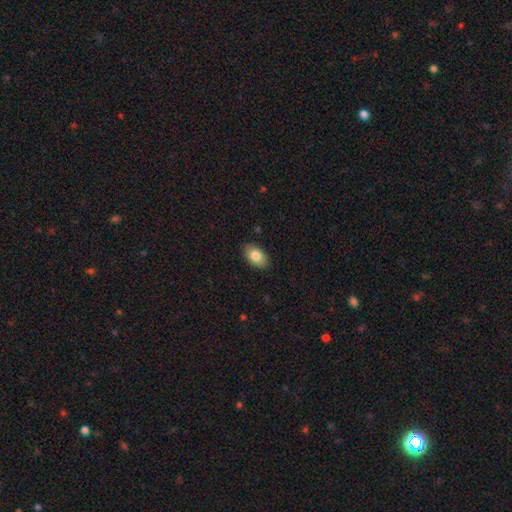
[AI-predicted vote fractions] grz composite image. It shows a smooth galaxy with no disk features (82%) that is in between round and cigar-shaped (91%). Merging: none (88%).